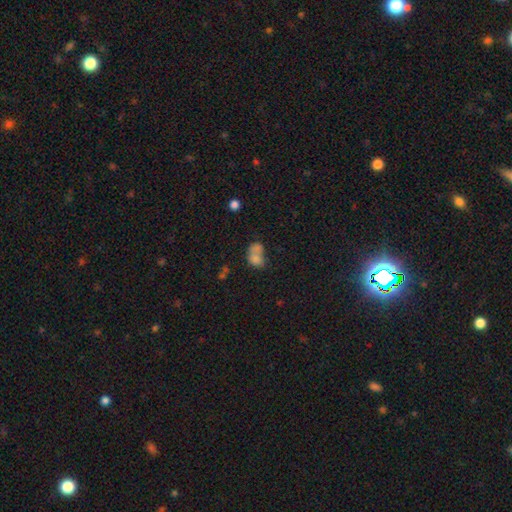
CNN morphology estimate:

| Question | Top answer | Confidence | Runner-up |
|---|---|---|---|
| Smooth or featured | smooth | 74% | featured or disk (15%) |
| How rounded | in between | 63% | round (35%) |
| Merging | merger | 55% | none (23%) |